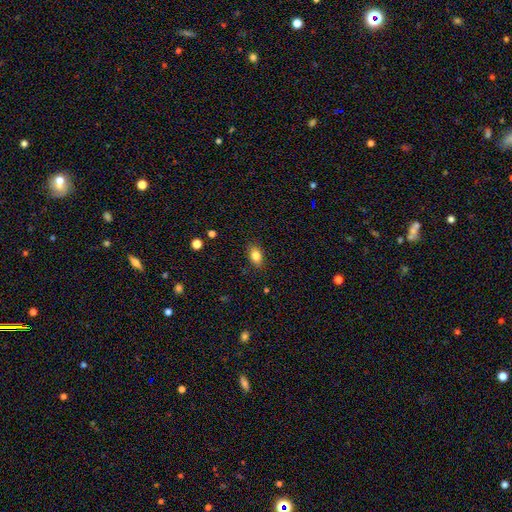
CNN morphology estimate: This appears to be a smooth galaxy with no disk features (83%) that is in between round and cigar-shaped (81%). Merging: none (87%).